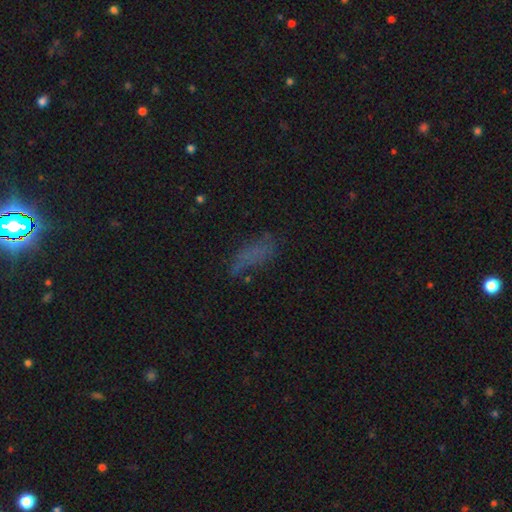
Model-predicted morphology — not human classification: type=smooth (58%); roundness=in between (64%); merging=none (58%).